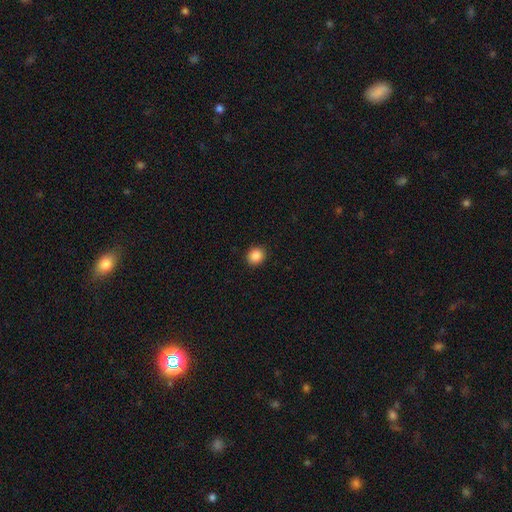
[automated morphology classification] smooth 87%, star or artifact 9%, featured or disk 3%. Down the decision tree: how rounded — round (80%); merging — none (92%).